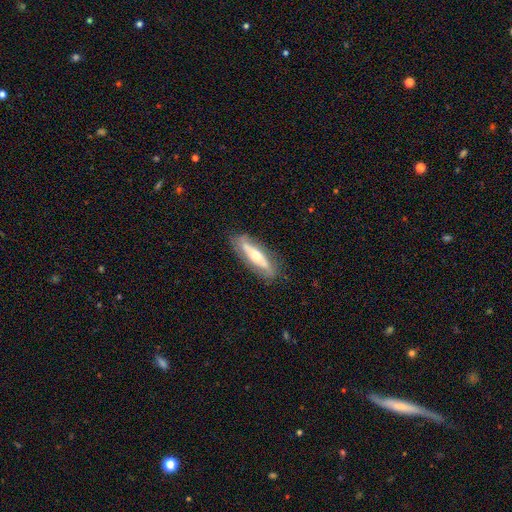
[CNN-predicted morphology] smooth-or-featured: featured or disk: 59% | smooth: 36% | star or artifact: 6%
  disk-edge-on: no: 56% | yes: 44%
  merging: none: 78% | minor disturbance: 15% | major disturbance: 5% | merger: 2%